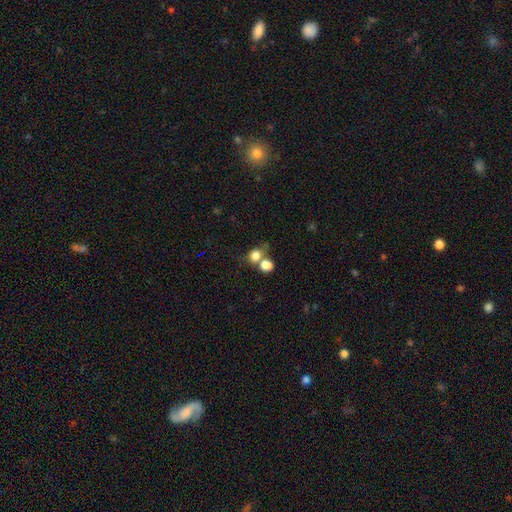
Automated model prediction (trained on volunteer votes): This appears to be a smooth galaxy with no disk features (77%) that is round (63%). Merging: merger (45%).